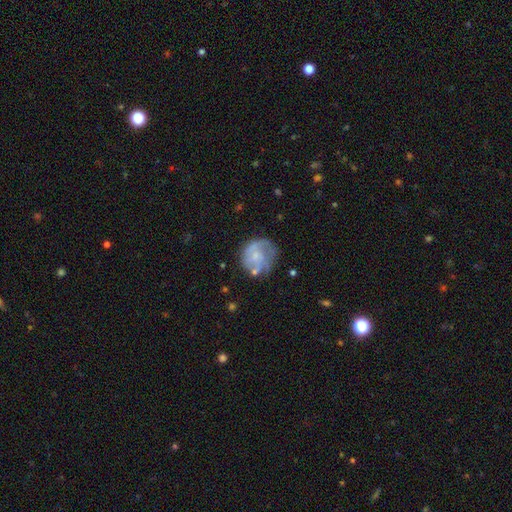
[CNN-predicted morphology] The model was most divided on "smooth or featured": featured or disk: 57%, smooth: 35%, star or artifact: 8%. More confident: edge-on disk — no (98%); bar — no (75%); spiral arms — yes (68%); merging — none (55%); bulge size — small (54%).